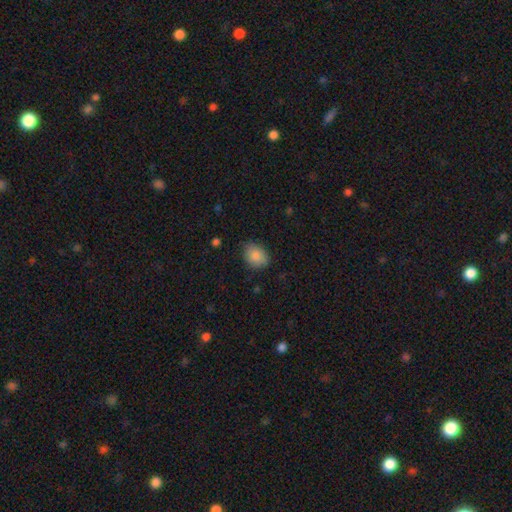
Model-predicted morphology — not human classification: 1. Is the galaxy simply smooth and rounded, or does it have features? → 87% smooth, 8% star or artifact, 5% featured or disk.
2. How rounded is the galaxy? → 62% in between, 37% round, 1% cigar-shaped.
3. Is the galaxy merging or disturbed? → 76% none, 19% minor disturbance, 4% major disturbance, 1% merger.